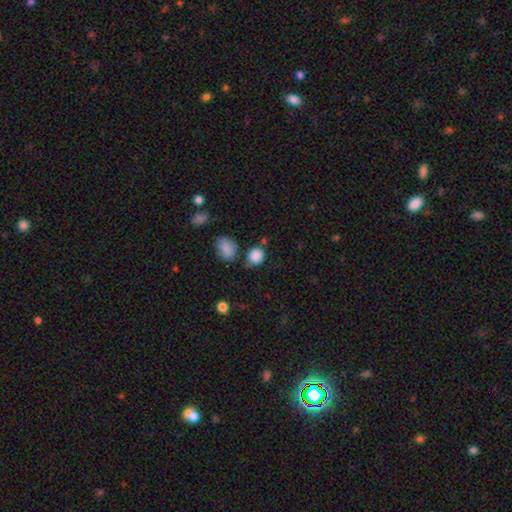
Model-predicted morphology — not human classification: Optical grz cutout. It shows a smooth galaxy with no disk features (86%) that is round (76%). Merging: none (65%).